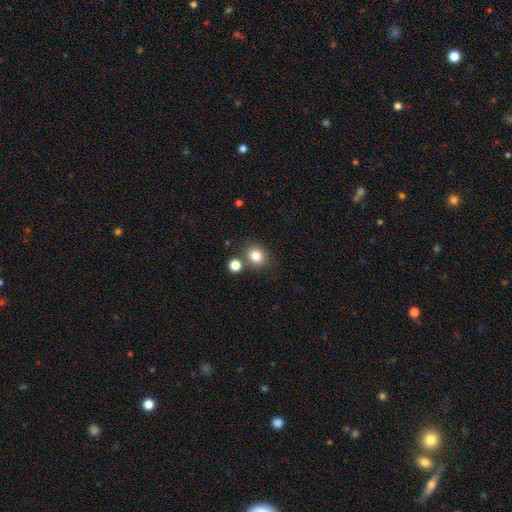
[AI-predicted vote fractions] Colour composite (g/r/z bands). It shows a smooth galaxy with no disk features (82%) that is round (70%). Merging: none (74%).